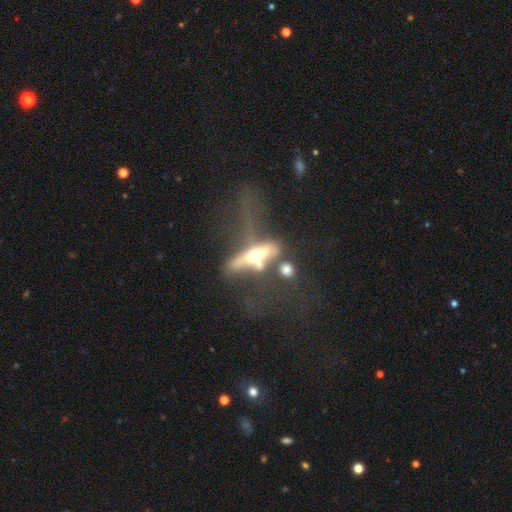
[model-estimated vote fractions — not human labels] A featured or disk galaxy (61%) viewed edge-on (71%). Merging: merger (34%).